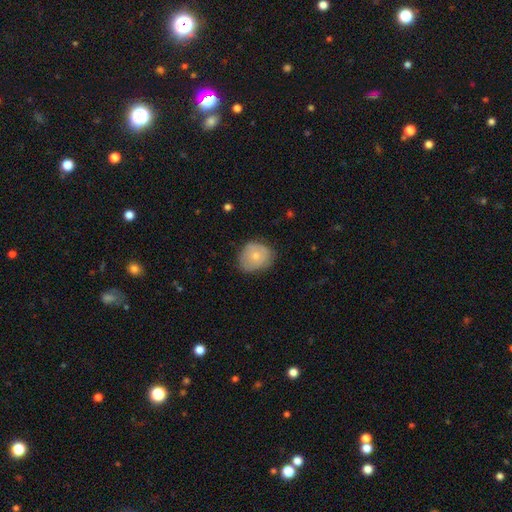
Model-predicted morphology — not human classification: A smooth galaxy with no disk features (65%) that is round (67%). Merging: none (65%).